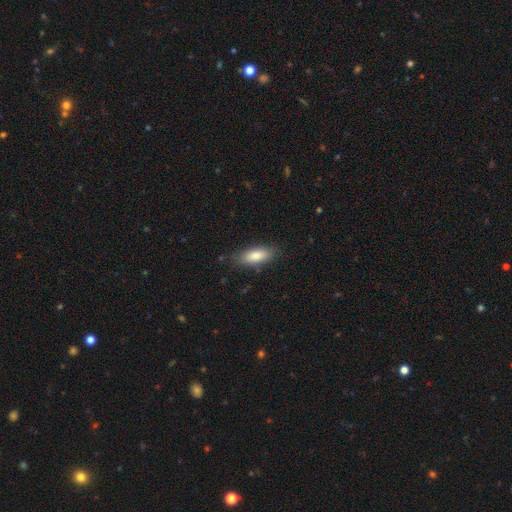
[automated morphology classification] The model was most divided on "how rounded": in between: 72%, cigar-shaped: 26%, round: 2%. More confident: merging — none (84%); smooth or featured — smooth (81%).